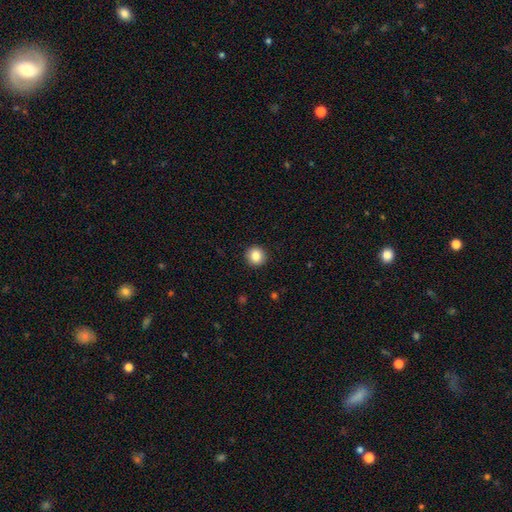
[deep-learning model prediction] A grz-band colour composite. It shows a smooth galaxy with no disk features (85%) that is round (92%). Merging: none (93%).